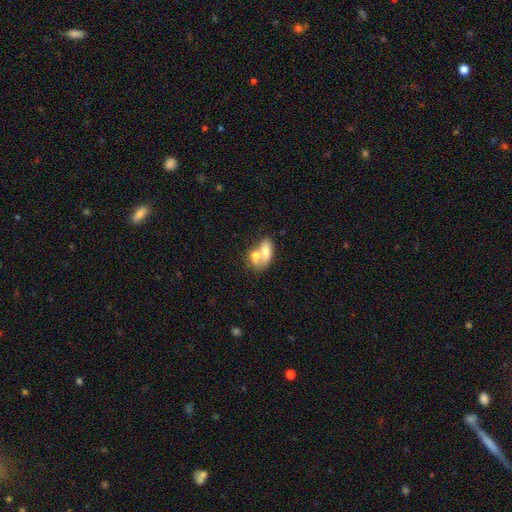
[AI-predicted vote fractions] The model was most divided on "smooth or featured": smooth: 67%, featured or disk: 26%, star or artifact: 7%. More confident: how rounded — in between (83%); merging — merger (67%).